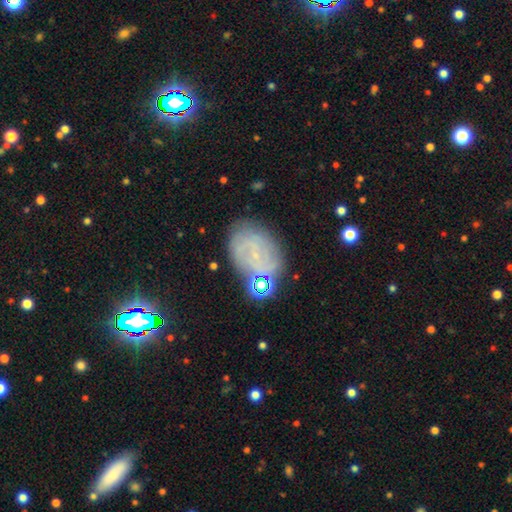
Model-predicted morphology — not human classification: Smooth or featured?
  - smooth: 40% *
  - featured or disk: 30%
  - star or artifact: 30%
Merging?
  - none: 64% *
  - minor disturbance: 19%
  - major disturbance: 9%
  - merger: 8%